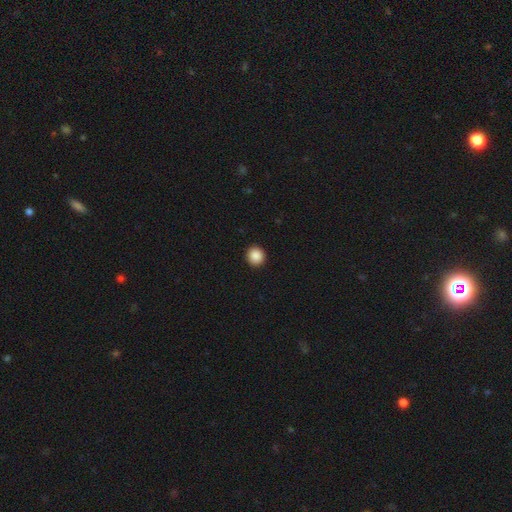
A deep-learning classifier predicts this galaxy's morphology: Smooth or featured?
  - smooth: 88% *
  - star or artifact: 9%
  - featured or disk: 3%
How rounded?
  - round: 92% *
  - in between: 7%
  - cigar-shaped: 1%
Merging?
  - none: 93% *
  - minor disturbance: 5%
  - major disturbance: 2%
  - merger: 1%